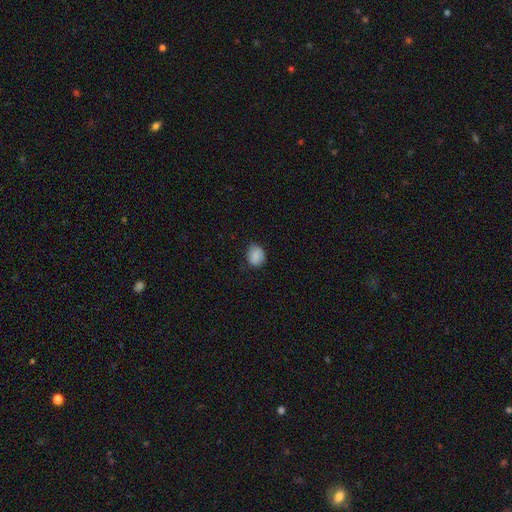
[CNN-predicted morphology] smooth-or-featured: smooth: 81% | featured or disk: 10% | star or artifact: 8%
  how-rounded: round: 60% | in between: 39% | cigar-shaped: 1%
  merging: none: 77% | minor disturbance: 18% | major disturbance: 4% | merger: 1%